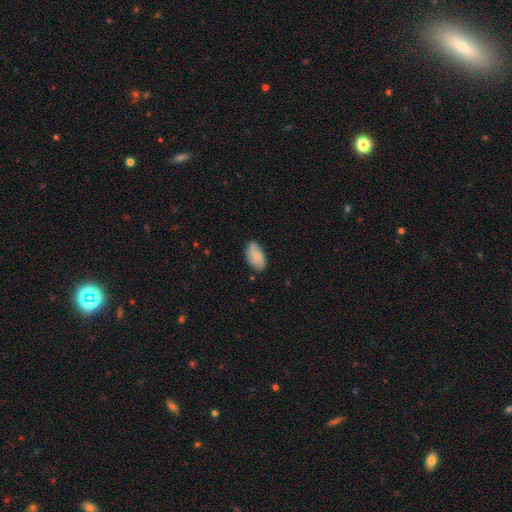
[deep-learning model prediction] smooth_or_featured: smooth (p=0.77) [alt: featured or disk p=0.16]
how_rounded: in between (p=0.94) [alt: round p=0.04]
merging: none (p=0.70) [alt: minor disturbance p=0.23]